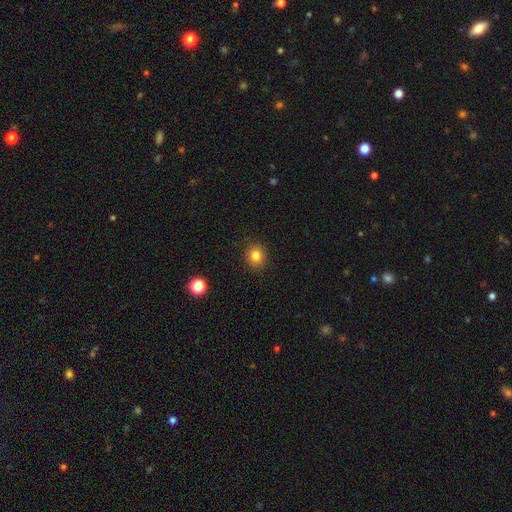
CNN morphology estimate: smooth_or_featured: smooth (p=0.83) [alt: star or artifact p=0.12]
how_rounded: round (p=0.80) [alt: in between p=0.19]
merging: none (p=0.90) [alt: minor disturbance p=0.07]